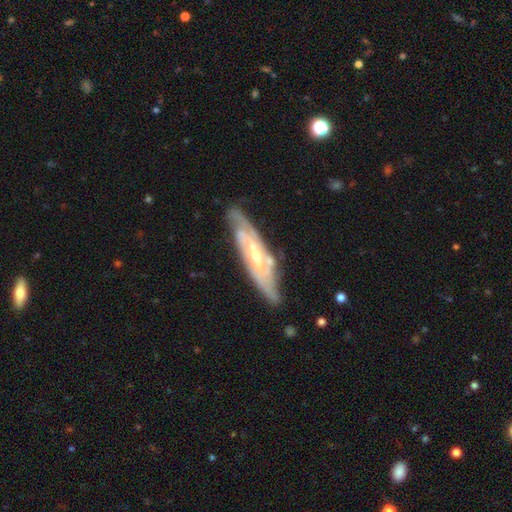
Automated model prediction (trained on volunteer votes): This is clearly a featured or disk galaxy (83%). It is likely not viewed edge-on (72%). Bar: marginally weak (42%). Spiral arm pattern: clearly yes (89%). Spiral arm count: marginally 2 (41%). Spiral winding: possibly tight (58%). Central bulge: possibly small (51%). Merging: likely none (74%).